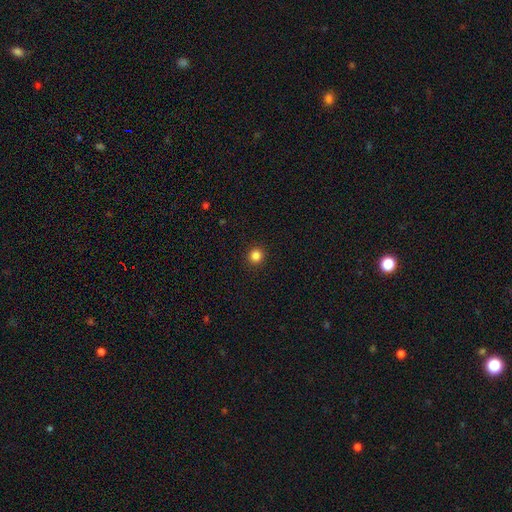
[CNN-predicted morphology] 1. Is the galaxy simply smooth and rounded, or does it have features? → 85% smooth, 12% star or artifact, 3% featured or disk.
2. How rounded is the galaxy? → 94% round, 5% in between, 1% cigar-shaped.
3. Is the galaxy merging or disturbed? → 93% none, 5% minor disturbance, 2% major disturbance, 1% merger.